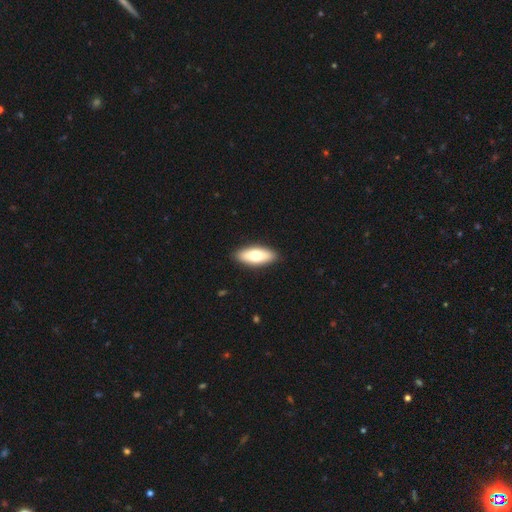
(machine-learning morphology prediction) A smooth galaxy with no disk features (69%) that is in between round and cigar-shaped (75%).

Vote fractions:
- Smooth or featured? smooth: 69% / featured or disk: 26% / star or artifact: 5%
- How rounded? in between: 75% / cigar-shaped: 23% / round: 2%
- Merging? none: 90% / minor disturbance: 7% / major disturbance: 2% / merger: 1%